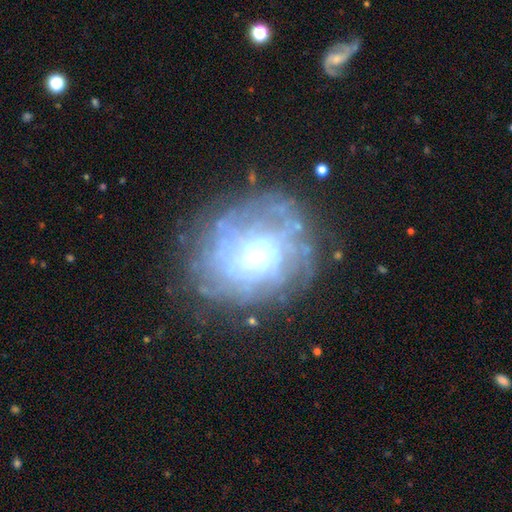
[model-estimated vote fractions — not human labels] This is likely a featured or disk galaxy (69%). It is clearly not viewed edge-on (97%). Bar: likely no (80%). Spiral arm pattern: likely yes (65%). Central bulge: likely small (62%). Merging: likely none (69%).